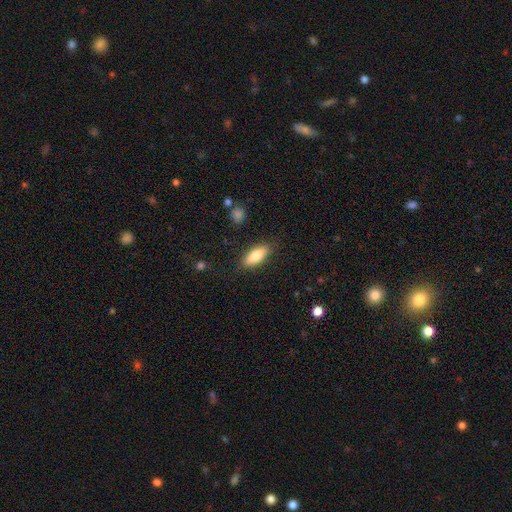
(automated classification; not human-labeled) Overall: smooth (80%). How rounded: in between (66%; cigar-shaped 31%). Merging: none (85%).